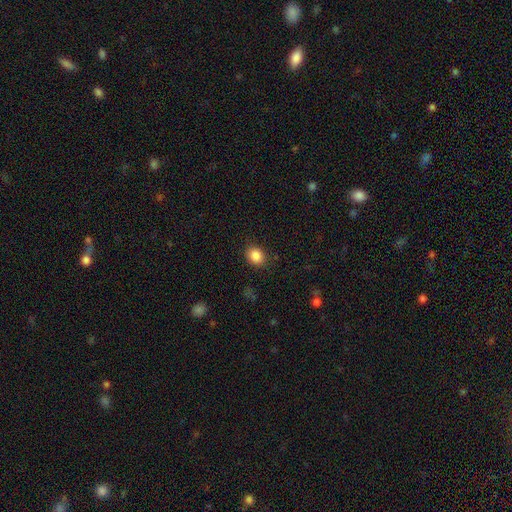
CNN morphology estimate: Smooth or featured? Predicted: smooth (p=0.87). How rounded? Predicted: in between (p=0.53). Merging? Predicted: none (p=0.86).